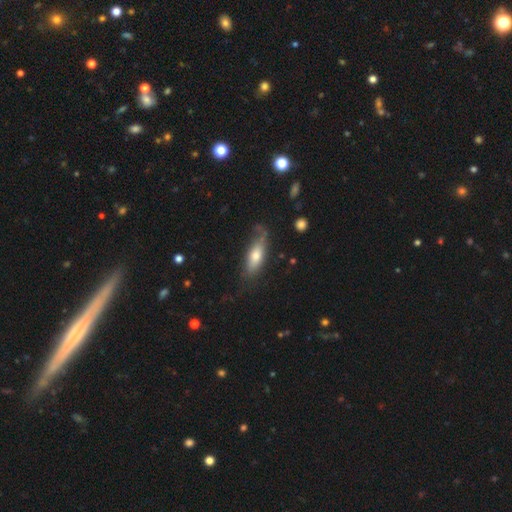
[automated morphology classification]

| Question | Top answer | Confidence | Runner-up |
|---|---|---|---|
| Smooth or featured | smooth | 63% | featured or disk (31%) |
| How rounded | in between | 58% | cigar-shaped (39%) |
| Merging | none | 56% | minor disturbance (29%) |